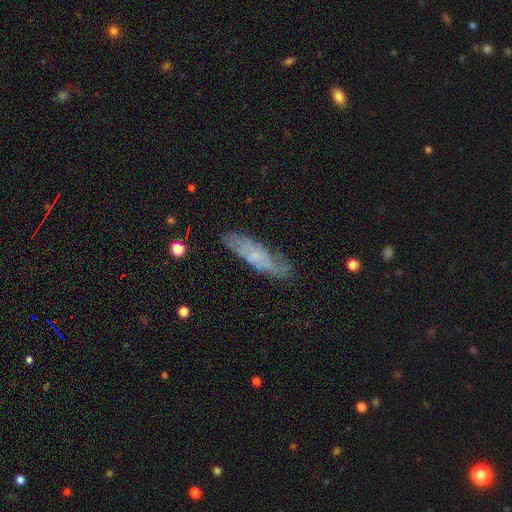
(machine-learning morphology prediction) This is possibly a featured or disk galaxy (52%). It is likely not viewed edge-on (68%). Merging: likely none (69%).